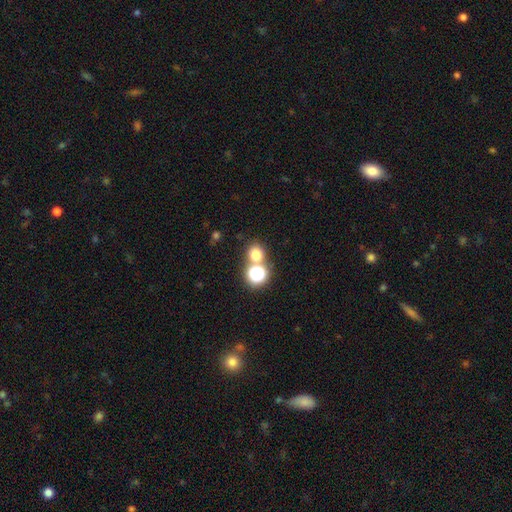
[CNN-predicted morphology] smooth_or_featured: smooth (p=0.70) [alt: star or artifact p=0.23]
how_rounded: round (p=0.84) [alt: in between p=0.15]
merging: none (p=0.64) [alt: merger p=0.26]